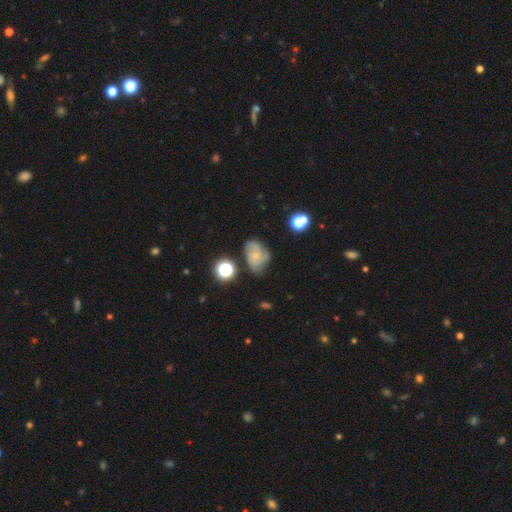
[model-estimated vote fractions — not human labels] This appears to be a featured or disk galaxy (66%) with no bar (78%), 3 (39%) tight (43%) spiral arms (91%) and a small central bulge (73%). Merging: none (59%).